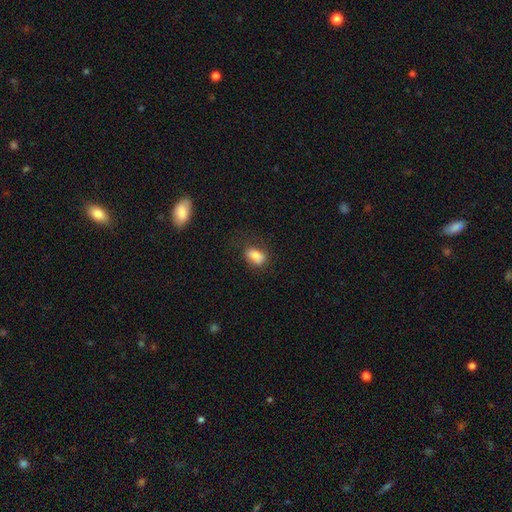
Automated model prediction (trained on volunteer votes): The model was most divided on "merging": none: 64%, minor disturbance: 23%, major disturbance: 10%, merger: 4%. More confident: how rounded — in between (83%); smooth or featured — smooth (79%).